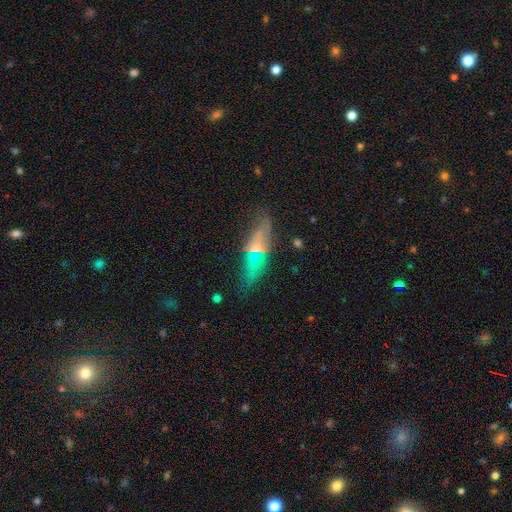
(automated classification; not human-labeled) Smooth or featured?
  - smooth: 43% *
  - featured or disk: 41%
  - star or artifact: 16%
Merging?
  - none: 76% *
  - minor disturbance: 15%
  - major disturbance: 5%
  - merger: 4%